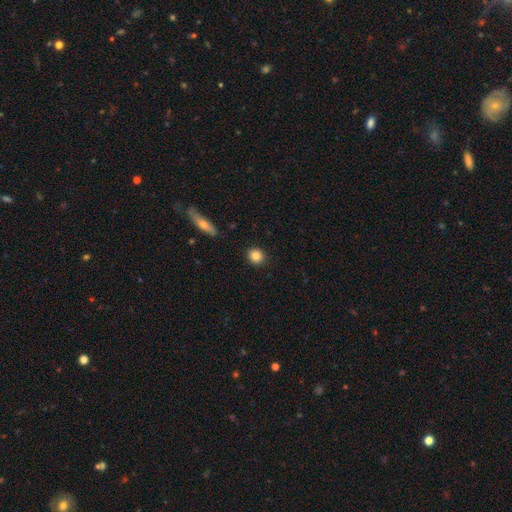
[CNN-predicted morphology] A smooth galaxy with no disk features (84%) that is round (86%). Merging: none (91%).